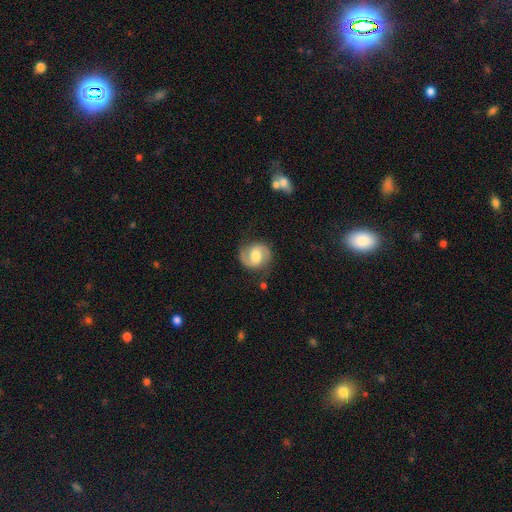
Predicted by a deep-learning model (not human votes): smooth-or-featured: featured or disk: 76% | smooth: 18% | star or artifact: 6%
  disk-edge-on: no: 98% | yes: 2%
    bar: weak: 49% | no: 31% | strong: 19%
    has-spiral-arms: yes: 94% | no: 6%
      spiral-winding: medium: 52% | tight: 27% | loose: 20%
      spiral-arm-count: 2: 90% | can't tell: 4% | 1: 3% | 3: 1% | 4: 1% | more than 4: 1%
    bulge-size: moderate: 61% | large: 21% | small: 14% | none: 3% | dominant: 2%
  merging: none: 79% | minor disturbance: 14% | major disturbance: 5% | merger: 2%